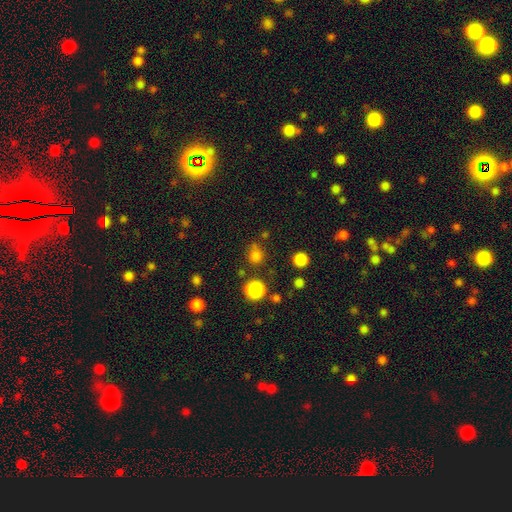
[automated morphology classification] smooth_or_featured: smooth (p=0.73) [alt: star or artifact p=0.22]
how_rounded: round (p=0.83) [alt: in between p=0.16]
merging: none (p=0.70) [alt: minor disturbance p=0.14]